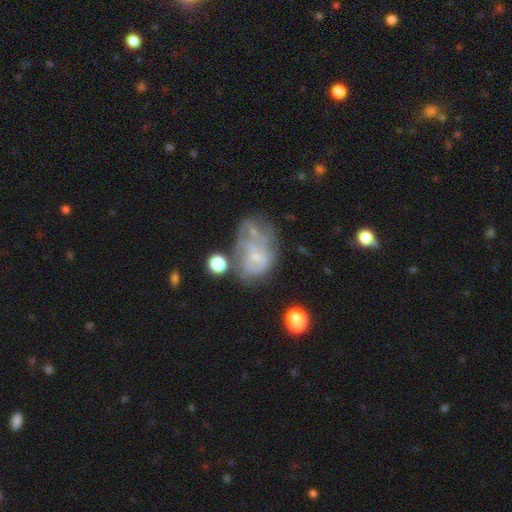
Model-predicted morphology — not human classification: A featured or disk galaxy (63%) with no bar (74%), spiral arms (51%) and a small central bulge (68%).

Vote fractions:
- Smooth or featured? featured or disk: 63% / smooth: 25% / star or artifact: 12%
- Edge-on disk? no: 97% / yes: 3%
- Bar? no: 74% / weak: 22% / strong: 4%
- Spiral arms? yes: 51% / no: 49%
- Bulge size? small: 68% / none: 15% / moderate: 15% / large: 1% / dominant: 1%
- Merging? major disturbance: 31% / none: 30% / minor disturbance: 23% / merger: 16%